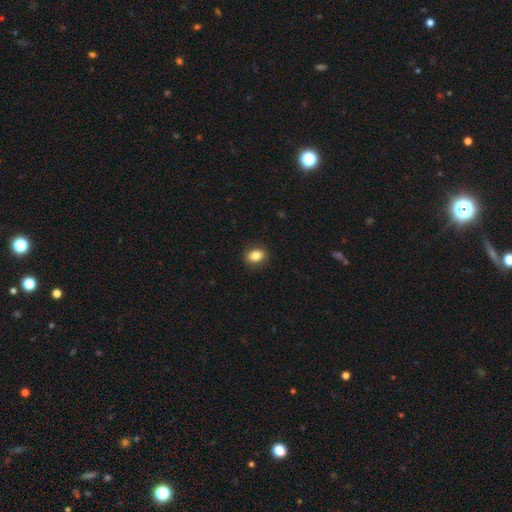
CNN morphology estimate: smooth-or-featured: smooth: 84% | star or artifact: 9% | featured or disk: 7%
  how-rounded: in between: 68% | round: 31% | cigar-shaped: 1%
  merging: none: 88% | minor disturbance: 9% | major disturbance: 2% | merger: 1%